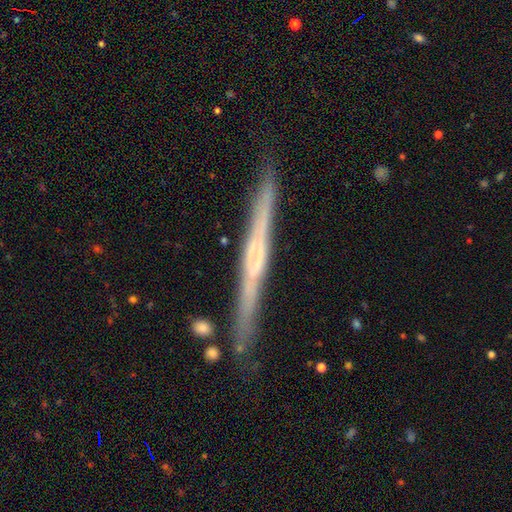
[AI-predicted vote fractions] This is likely a featured or disk galaxy (71%). It is clearly viewed edge-on (97%). Edge-on bulge: possibly none (54%). Merging: clearly none (86%).